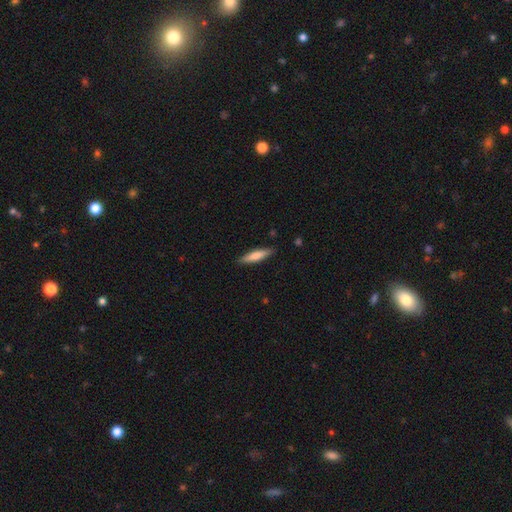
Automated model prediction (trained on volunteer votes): A smooth galaxy with no disk features (72%) that is cigar-shaped (79%).

Vote fractions:
- Smooth or featured? smooth: 72% / featured or disk: 23% / star or artifact: 5%
- How rounded? cigar-shaped: 79% / in between: 20% / round: 1%
- Merging? none: 87% / minor disturbance: 10% / major disturbance: 2% / merger: 1%